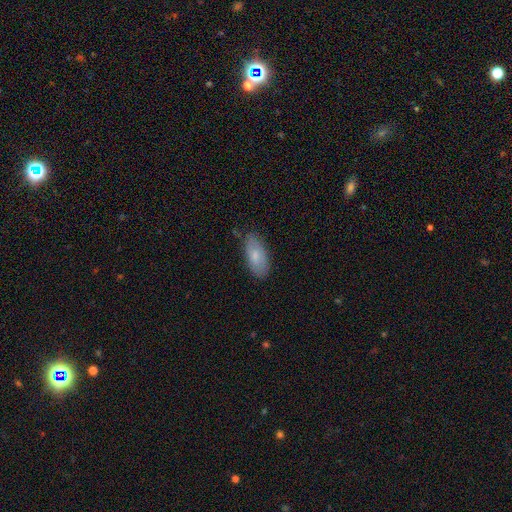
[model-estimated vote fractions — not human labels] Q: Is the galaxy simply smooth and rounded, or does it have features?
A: smooth — 78%.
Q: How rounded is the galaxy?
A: in between — 88%.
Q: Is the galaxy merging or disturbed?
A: none — 77%.